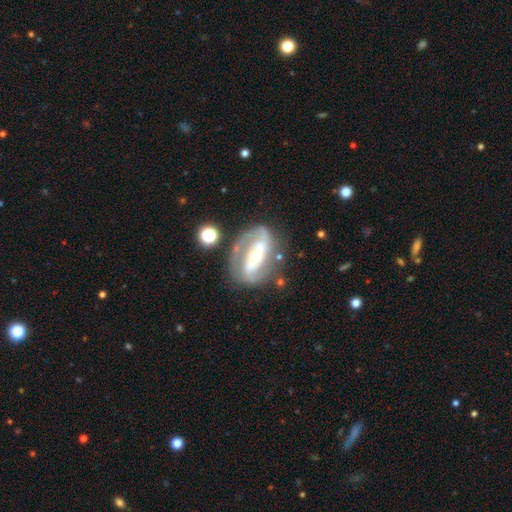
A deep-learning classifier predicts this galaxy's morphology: A featured or disk galaxy (83%) with a strong bar (51%), 2 (77%) medium (42%) spiral arms (85%) and a moderate central bulge (50%). Merging: none (68%).